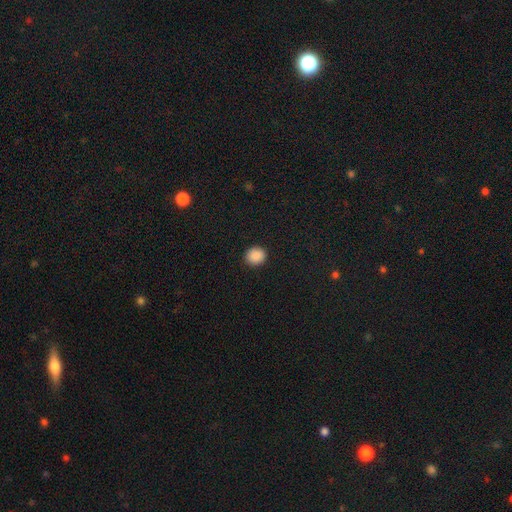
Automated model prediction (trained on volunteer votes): Q: Smooth or featured?
A: smooth (89%); runner-up: star or artifact (9%)
Q: How rounded?
A: round (81%); runner-up: in between (18%)
Q: Merging?
A: none (92%); runner-up: minor disturbance (5%)